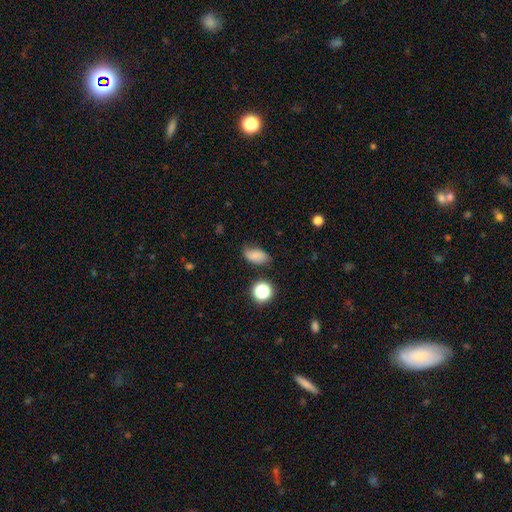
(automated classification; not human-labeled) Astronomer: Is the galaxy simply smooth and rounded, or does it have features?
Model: smooth — 76%.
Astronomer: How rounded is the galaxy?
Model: in between — 87%.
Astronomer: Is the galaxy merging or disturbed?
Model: none — 69%.